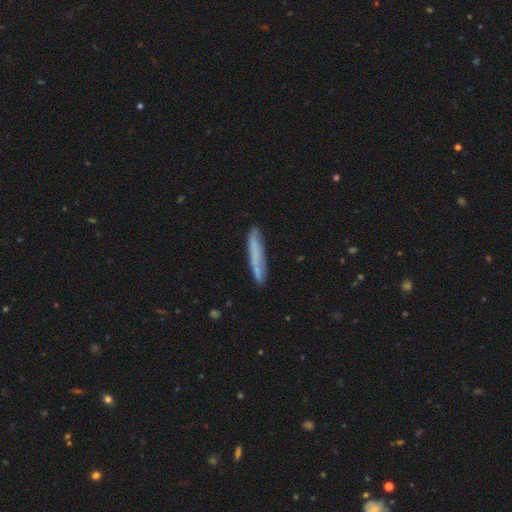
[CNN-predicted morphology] A smooth galaxy with no disk features (64%) that is cigar-shaped (94%). Merging: none (85%).